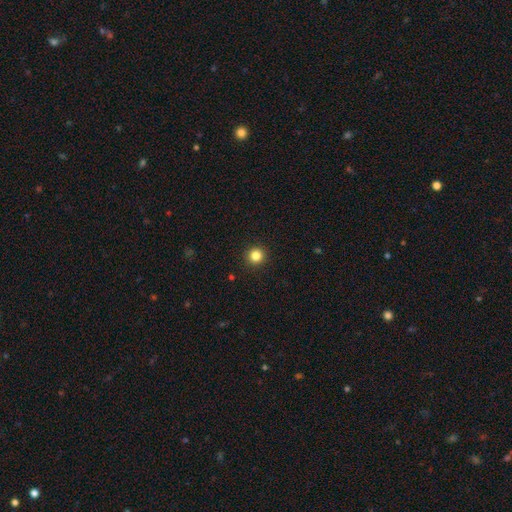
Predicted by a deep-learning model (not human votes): Smooth or featured: smooth — 83% (star or artifact — 12%)
How rounded: round — 95% (in between — 4%)
Merging: none — 93% (minor disturbance — 4%)